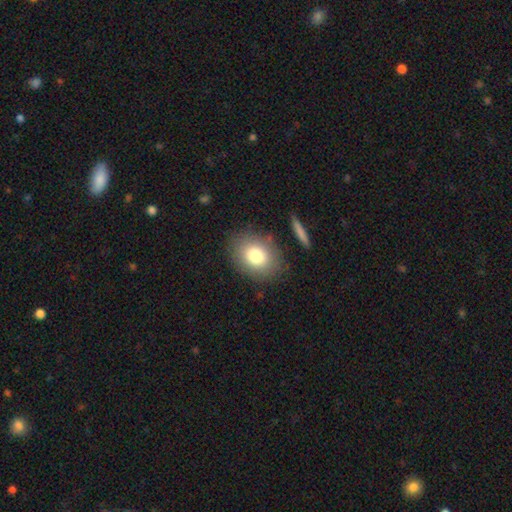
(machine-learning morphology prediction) This is likely a smooth galaxy (80%). How rounded: possibly in between (53%). Merging: clearly none (82%).